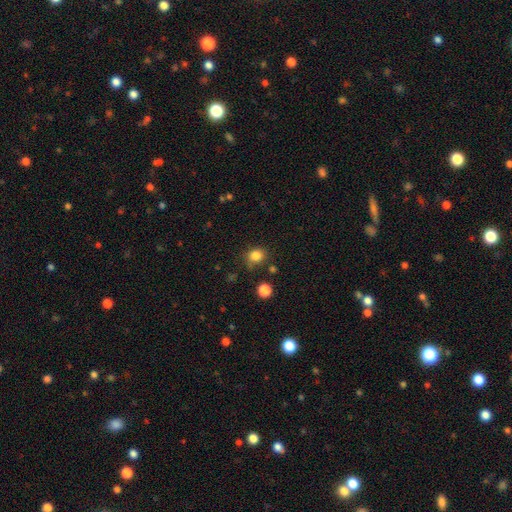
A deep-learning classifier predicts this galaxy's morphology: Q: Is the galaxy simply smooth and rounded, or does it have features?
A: smooth — 83%.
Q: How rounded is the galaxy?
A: round — 74%.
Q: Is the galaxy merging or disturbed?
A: none — 74%.